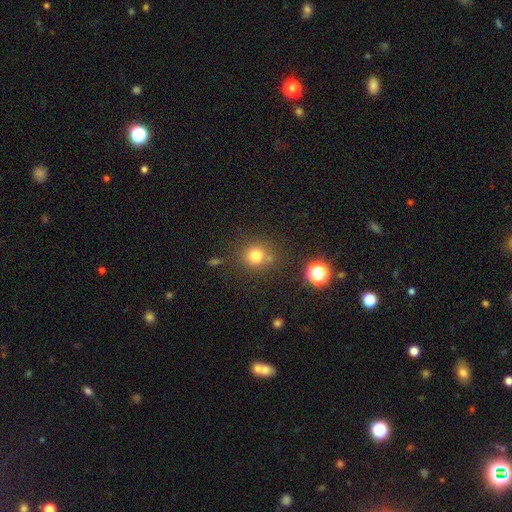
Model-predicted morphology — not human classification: The model was most divided on "smooth or featured": smooth: 76%, star or artifact: 16%, featured or disk: 8%. More confident: how rounded — round (89%); merging — none (75%).